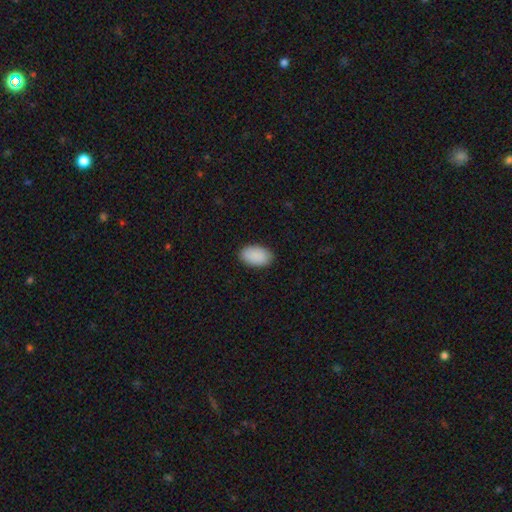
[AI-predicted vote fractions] Overall: smooth (91%). How rounded: in between (94%). Merging: none (88%).